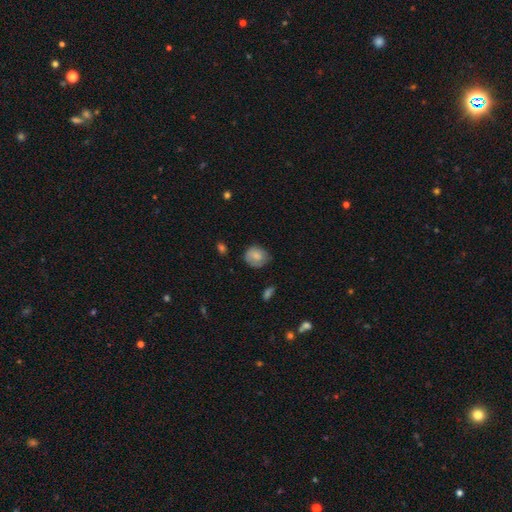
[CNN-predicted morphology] This is likely a smooth galaxy (78%). How rounded: likely round (70%). Merging: likely none (66%).